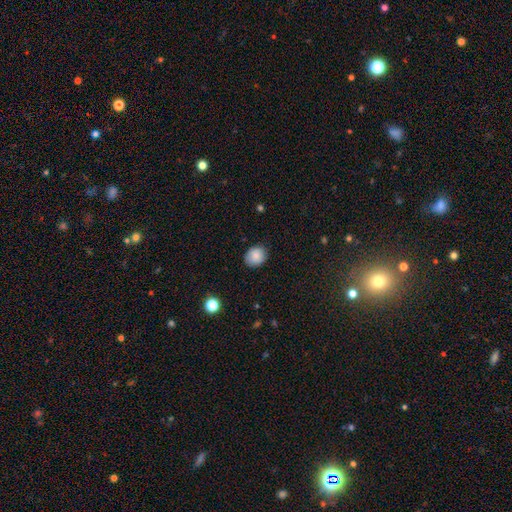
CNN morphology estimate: Overall: smooth (85%). How rounded: round (62%; in between 37%). Merging: none (81%).